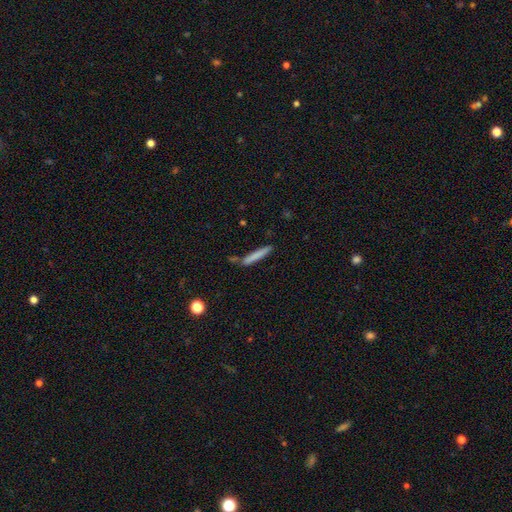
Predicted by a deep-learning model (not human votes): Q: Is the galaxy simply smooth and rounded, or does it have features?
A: smooth — 75%.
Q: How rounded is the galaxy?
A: cigar-shaped — 95%.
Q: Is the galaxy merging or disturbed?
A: none — 79%.